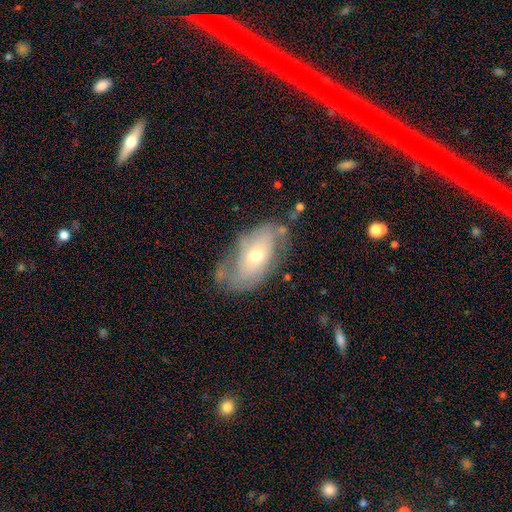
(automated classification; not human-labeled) Q: Smooth or featured?
A: featured or disk (57%); runner-up: smooth (36%)
Q: Edge-on disk?
A: no (90%); runner-up: yes (10%)
Q: Bar?
A: no (73%); runner-up: weak (21%)
Q: Spiral arms?
A: yes (63%); runner-up: no (37%)
Q: Bulge size?
A: moderate (64%); runner-up: small (28%)
Q: Merging?
A: none (52%); runner-up: minor disturbance (29%)